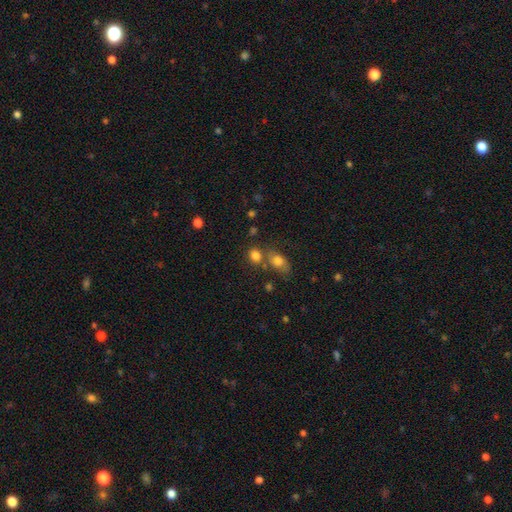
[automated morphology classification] smooth_or_featured: smooth (p=0.80) [alt: star or artifact p=0.12]
how_rounded: round (p=0.59) [alt: in between p=0.39]
merging: none (p=0.56) [alt: merger p=0.28]